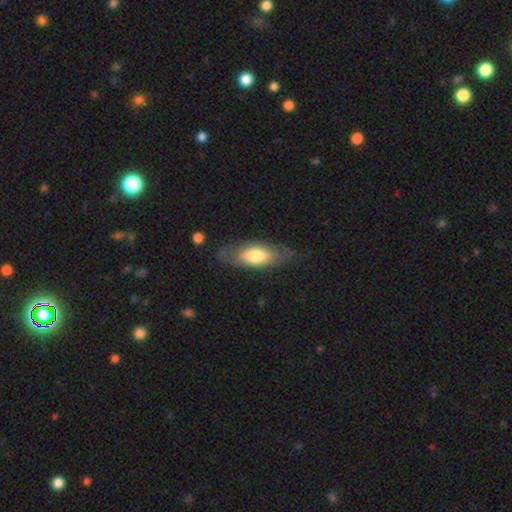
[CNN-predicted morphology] This appears to be a smooth galaxy with no disk features (58%) that is in between round and cigar-shaped (81%). Merging: none (67%).